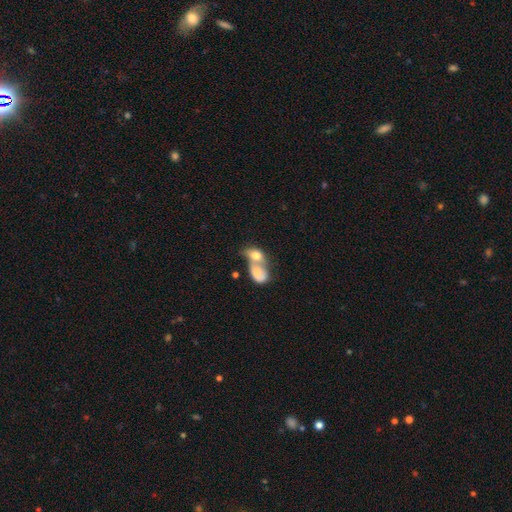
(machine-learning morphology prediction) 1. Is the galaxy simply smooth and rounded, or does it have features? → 68% smooth, 25% featured or disk, 8% star or artifact.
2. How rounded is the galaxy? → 70% in between, 27% round, 3% cigar-shaped.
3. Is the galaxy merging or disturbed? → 79% merger, 10% none, 6% major disturbance, 5% minor disturbance.